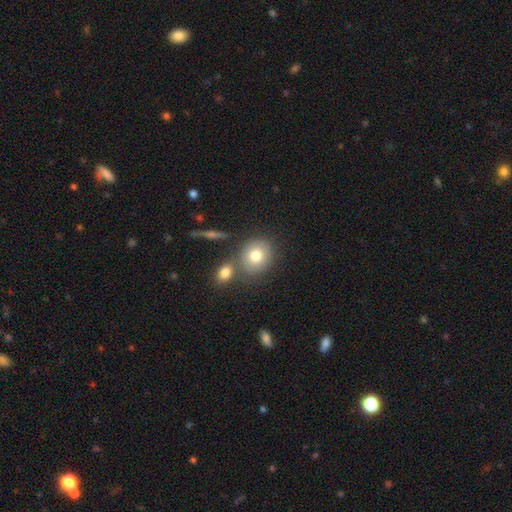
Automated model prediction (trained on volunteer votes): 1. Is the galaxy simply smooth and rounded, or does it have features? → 76% smooth, 14% featured or disk, 10% star or artifact.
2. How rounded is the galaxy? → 72% round, 26% in between, 1% cigar-shaped.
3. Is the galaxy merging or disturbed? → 63% none, 23% merger, 11% minor disturbance, 4% major disturbance.